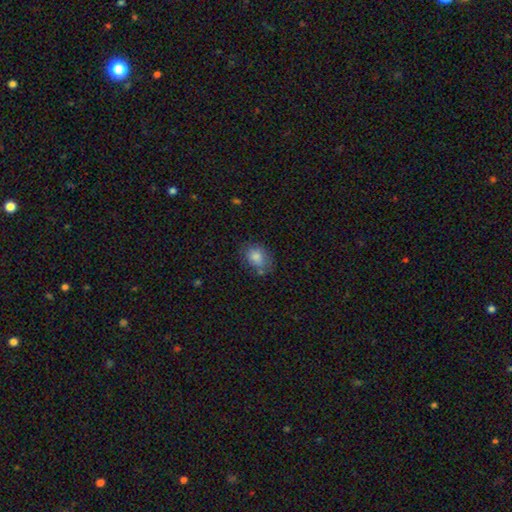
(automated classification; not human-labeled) Smooth or featured?
  - smooth: 77% *
  - star or artifact: 13%
  - featured or disk: 10%
How rounded?
  - in between: 61% *
  - round: 38%
  - cigar-shaped: 1%
Merging?
  - none: 69% *
  - minor disturbance: 20%
  - merger: 5%
  - major disturbance: 5%